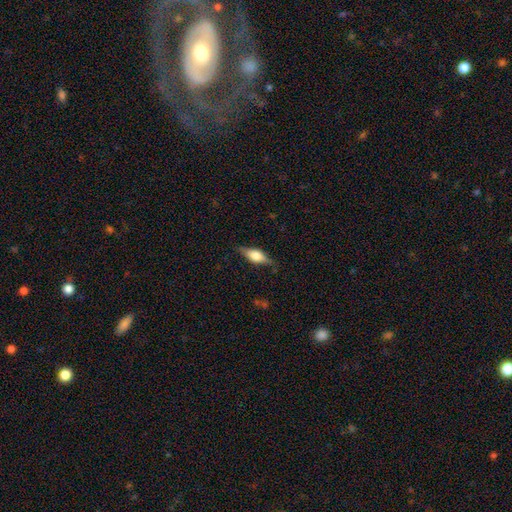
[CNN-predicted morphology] Overall: featured or disk (50%; smooth 43%). Edge-on disk: yes (93%). Merging: none (81%).